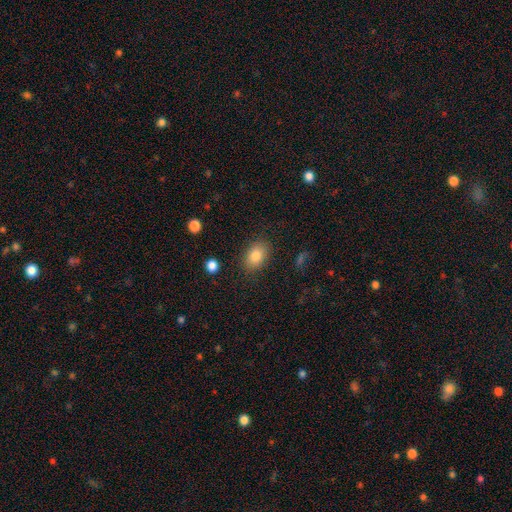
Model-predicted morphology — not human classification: Smooth or featured: smooth — 84% (star or artifact — 9%)
How rounded: in between — 82% (round — 16%)
Merging: none — 84% (minor disturbance — 11%)